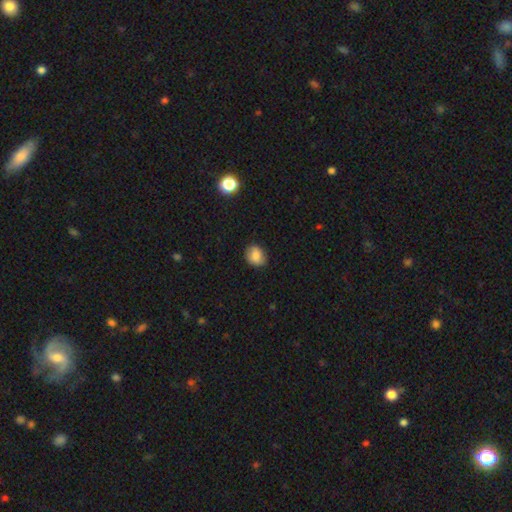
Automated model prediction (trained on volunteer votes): Smooth or featured?
  - smooth: 78% *
  - featured or disk: 12%
  - star or artifact: 9%
How rounded?
  - round: 61% *
  - in between: 38%
  - cigar-shaped: 1%
Merging?
  - none: 80% *
  - minor disturbance: 16%
  - major disturbance: 3%
  - merger: 1%